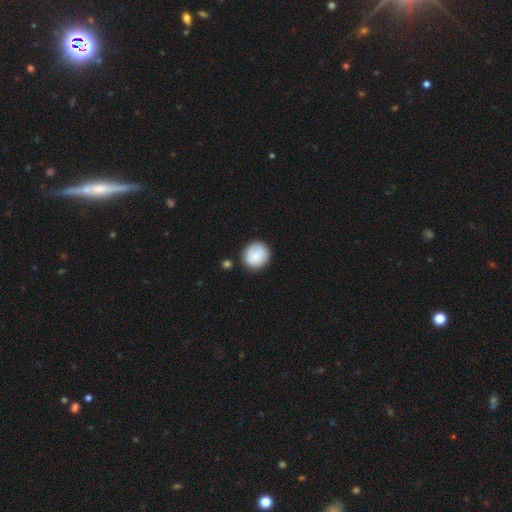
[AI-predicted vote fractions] smooth_or_featured: smooth (p=0.79) [alt: featured or disk p=0.14]
how_rounded: round (p=0.89) [alt: in between p=0.10]
merging: none (p=0.84) [alt: minor disturbance p=0.11]